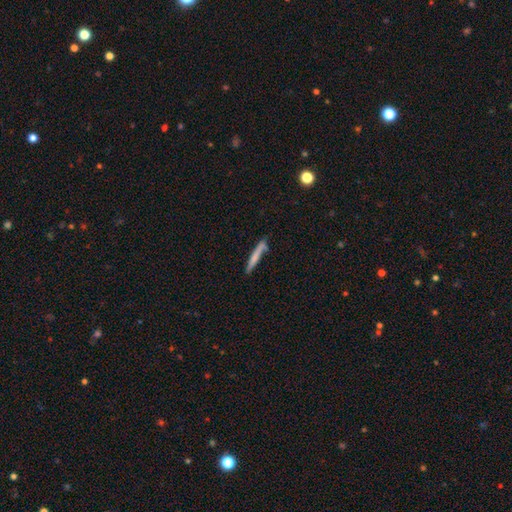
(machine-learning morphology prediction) The model was most divided on "smooth or featured": smooth: 68%, featured or disk: 26%, star or artifact: 6%. More confident: how rounded — cigar-shaped (95%); merging — none (72%).